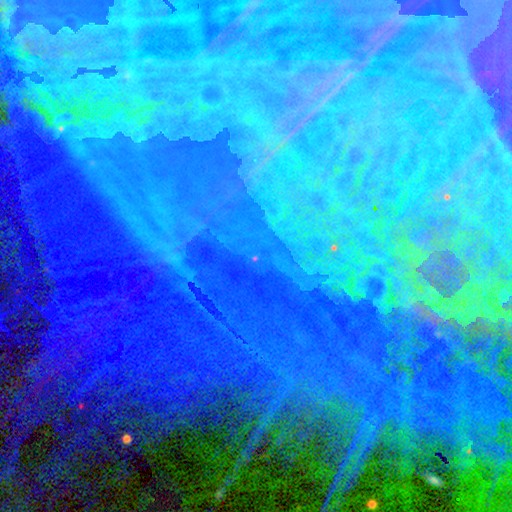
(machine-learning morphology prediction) smooth-or-featured: star or artifact: 80% | featured or disk: 12% | smooth: 8%